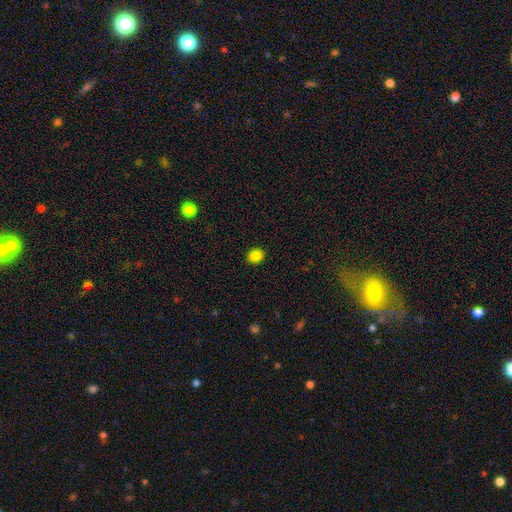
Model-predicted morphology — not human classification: A smooth galaxy with no disk features (85%) that is round (66%). Merging: none (91%).